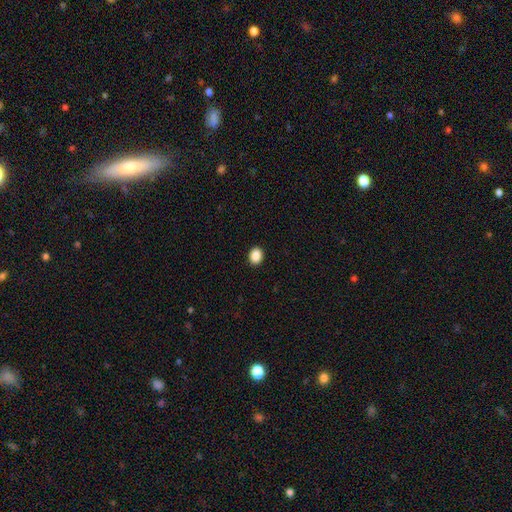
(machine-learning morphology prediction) Smooth or featured: smooth — 89% (star or artifact — 9%)
How rounded: round — 52% (in between — 47%)
Merging: none — 92% (minor disturbance — 5%)